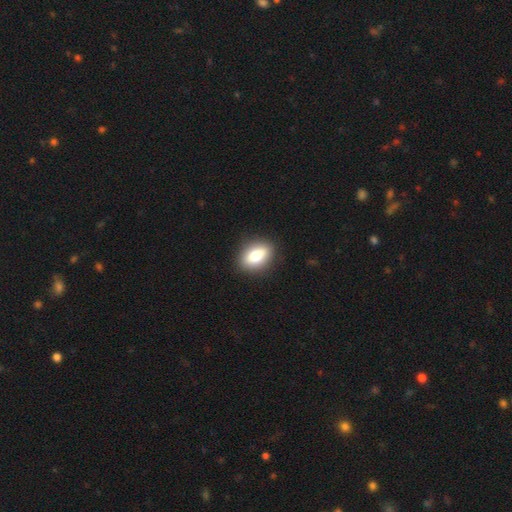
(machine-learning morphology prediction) Q: Smooth or featured?
A: smooth (74%); runner-up: featured or disk (18%)
Q: How rounded?
A: in between (80%); runner-up: round (15%)
Q: Merging?
A: none (88%); runner-up: minor disturbance (9%)